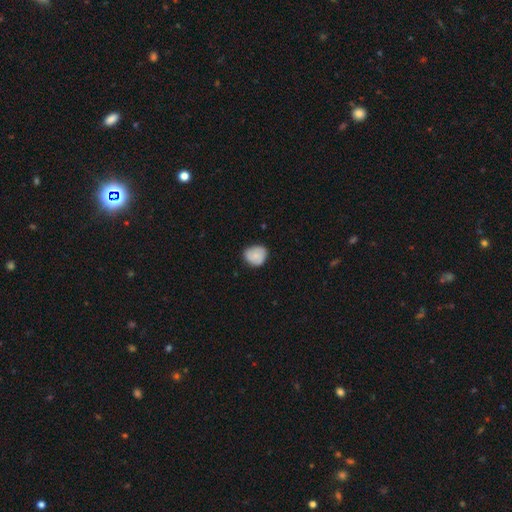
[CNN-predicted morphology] This is likely a smooth galaxy (75%). How rounded: likely round (64%). Merging: likely none (70%).